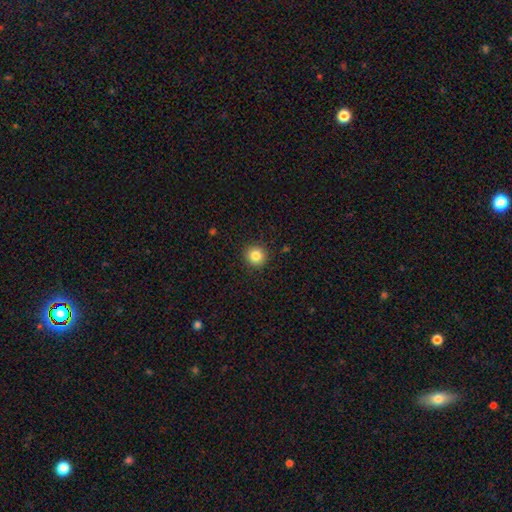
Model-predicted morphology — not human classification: smooth-or-featured: smooth: 84% | star or artifact: 11% | featured or disk: 5%
  how-rounded: round: 94% | in between: 5% | cigar-shaped: 1%
  merging: none: 91% | minor disturbance: 6% | major disturbance: 2% | merger: 1%